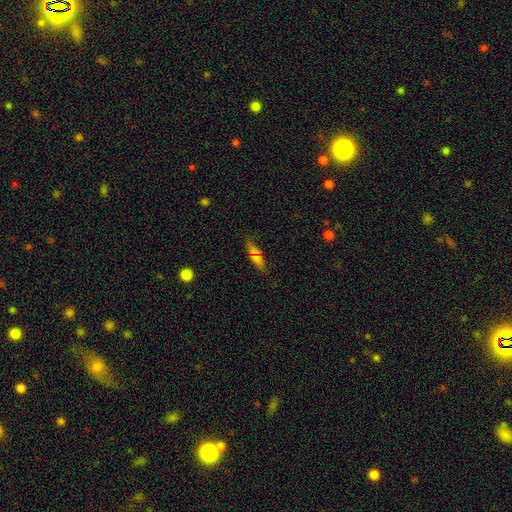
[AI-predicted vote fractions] Morphology: type=smooth (62%); roundness=cigar-shaped (61%); merging=none (82%).